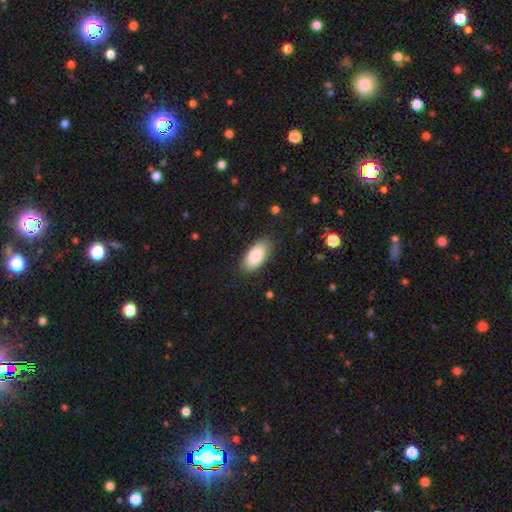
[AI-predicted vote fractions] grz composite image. It shows a smooth galaxy with no disk features (85%) that is in between round and cigar-shaped (93%). Merging: none (85%).